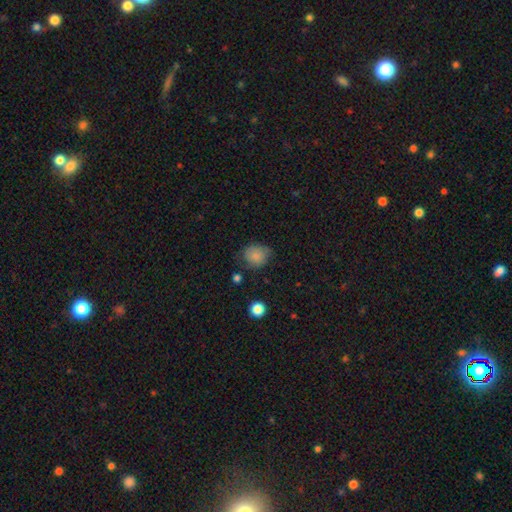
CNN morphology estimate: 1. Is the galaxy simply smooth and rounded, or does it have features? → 82% smooth, 10% star or artifact, 9% featured or disk.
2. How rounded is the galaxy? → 74% round, 25% in between, 1% cigar-shaped.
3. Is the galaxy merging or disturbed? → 63% none, 28% minor disturbance, 7% major disturbance, 2% merger.